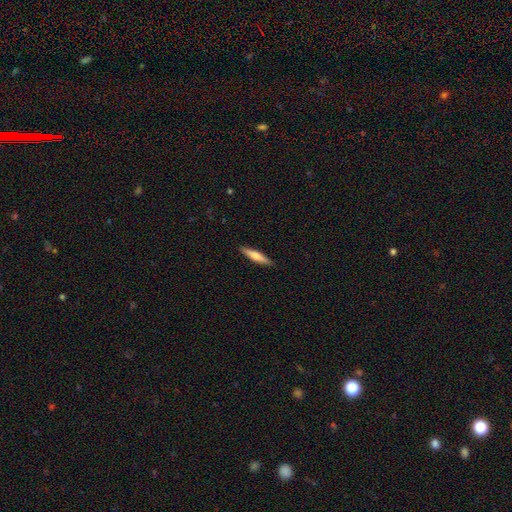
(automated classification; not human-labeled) Smooth or featured? smooth (64%)
How rounded? cigar-shaped (86%)
Merging? none (90%)